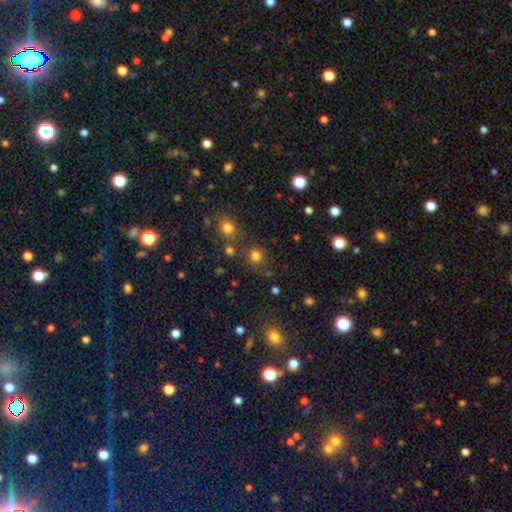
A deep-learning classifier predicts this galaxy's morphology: The model was most divided on "smooth or featured": smooth: 75%, star or artifact: 19%, featured or disk: 6%. More confident: how rounded — round (86%); merging — none (72%).